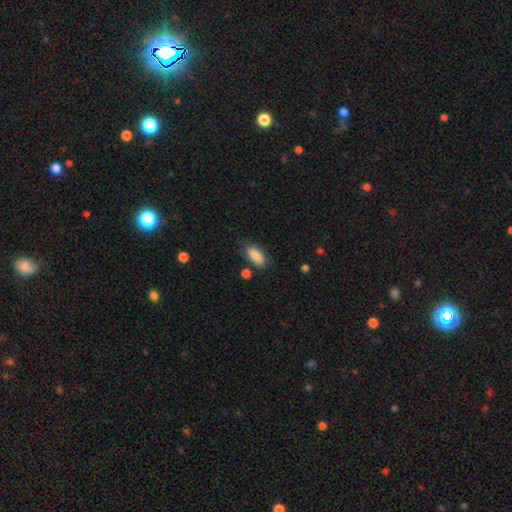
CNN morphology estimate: The model was most divided on "merging": none: 72%, minor disturbance: 19%, major disturbance: 5%, merger: 4%. More confident: how rounded — in between (88%); smooth or featured — smooth (87%).